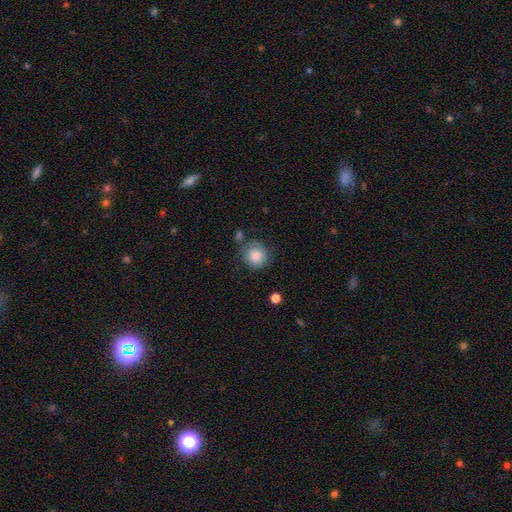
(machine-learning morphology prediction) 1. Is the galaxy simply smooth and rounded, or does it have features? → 80% smooth, 13% featured or disk, 8% star or artifact.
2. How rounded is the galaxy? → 87% round, 12% in between, 1% cigar-shaped.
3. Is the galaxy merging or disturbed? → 65% none, 21% minor disturbance, 8% major disturbance, 6% merger.